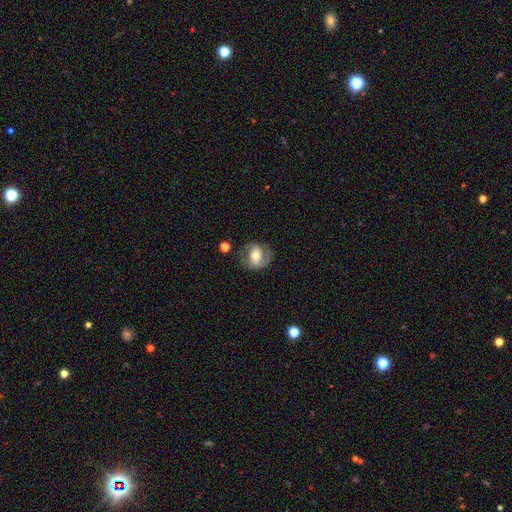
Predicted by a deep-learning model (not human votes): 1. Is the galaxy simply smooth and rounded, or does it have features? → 51% featured or disk, 41% smooth, 8% star or artifact.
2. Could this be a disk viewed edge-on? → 95% no, 5% yes.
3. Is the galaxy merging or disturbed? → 67% none, 19% minor disturbance, 11% major disturbance, 3% merger.